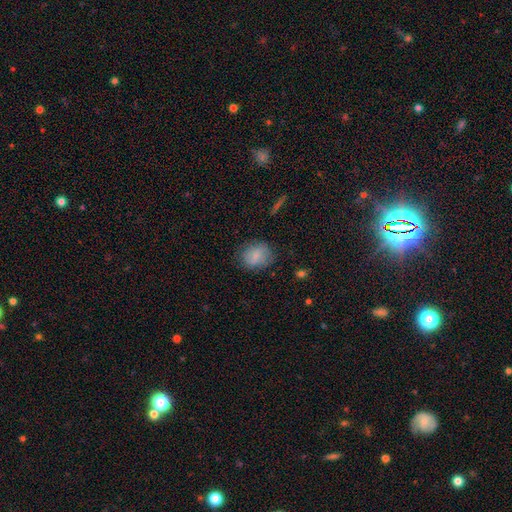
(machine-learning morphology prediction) A smooth galaxy with no disk features (78%) that is round (61%).

Vote fractions:
- Smooth or featured? smooth: 78% / featured or disk: 14% / star or artifact: 8%
- How rounded? round: 61% / in between: 37% / cigar-shaped: 1%
- Merging? none: 77% / minor disturbance: 17% / major disturbance: 5% / merger: 1%